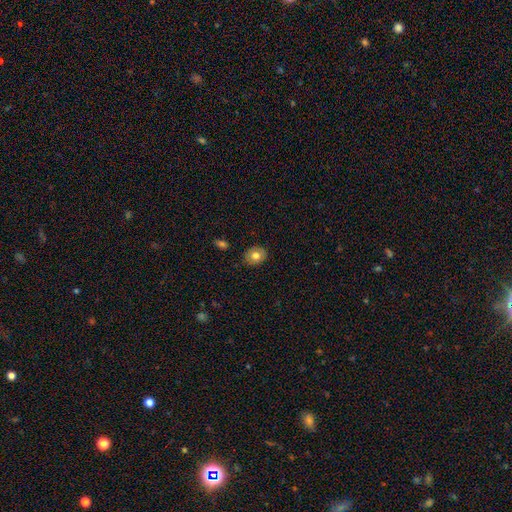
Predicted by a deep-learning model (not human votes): Smooth or featured: smooth — 77% (featured or disk — 14%)
How rounded: round — 52% (in between — 47%)
Merging: none — 87% (minor disturbance — 10%)